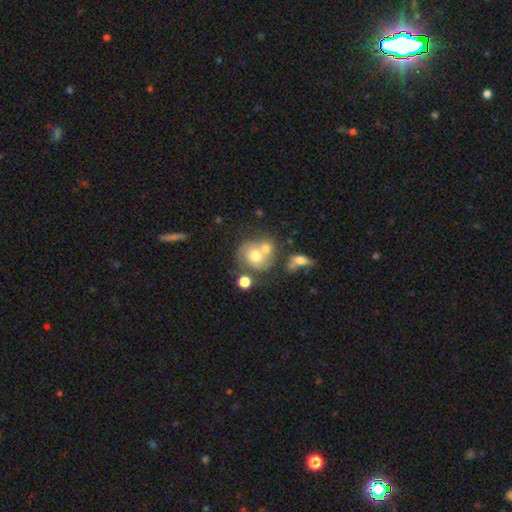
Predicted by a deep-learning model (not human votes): smooth-or-featured: smooth: 48% | featured or disk: 43% | star or artifact: 9%
  merging: merger: 48% | none: 32% | minor disturbance: 12% | major disturbance: 8%